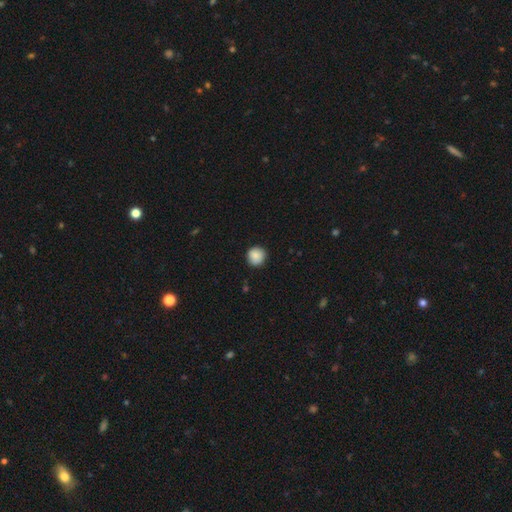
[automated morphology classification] This is clearly a smooth galaxy (87%). How rounded: clearly round (93%). Merging: clearly none (88%).